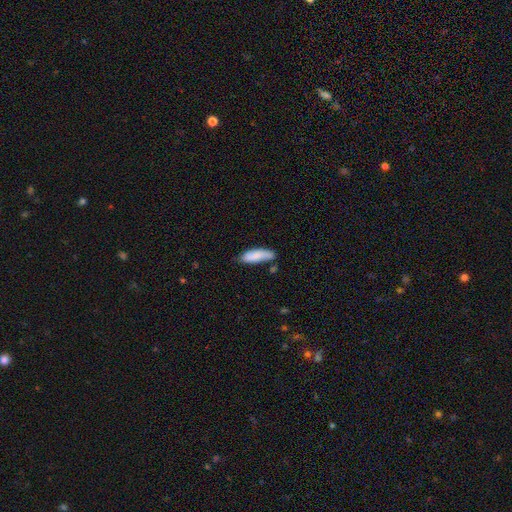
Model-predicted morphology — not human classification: Smooth or featured? Predicted: smooth (p=0.83). How rounded? Predicted: in between (p=0.56). Merging? Predicted: none (p=0.61).